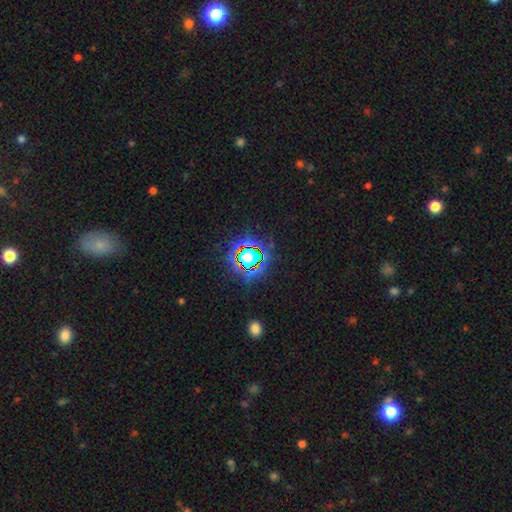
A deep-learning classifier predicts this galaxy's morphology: type=star or artifact (79%).